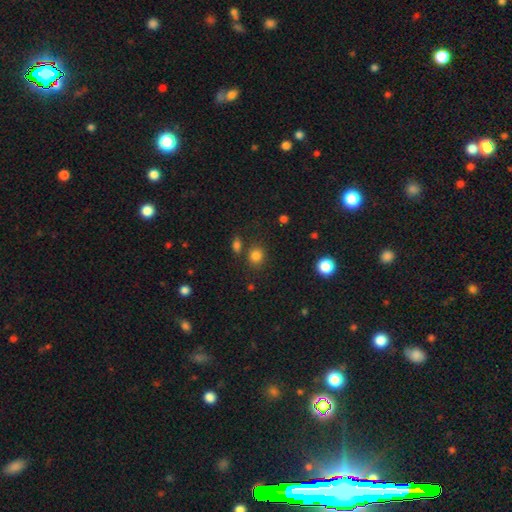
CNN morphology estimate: smooth 82%, star or artifact 13%, featured or disk 5%. Down the decision tree: how rounded — round (75%); merging — none (76%).